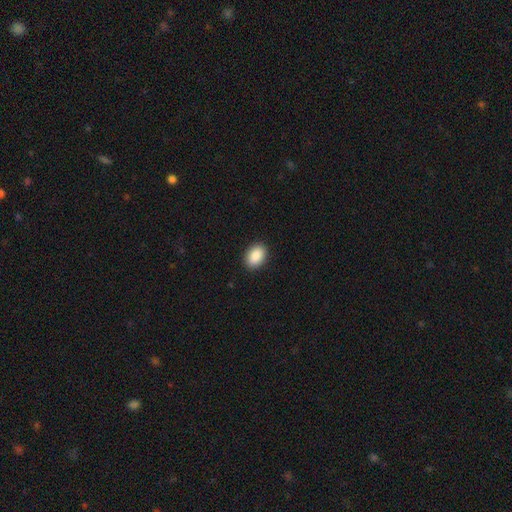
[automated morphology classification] Q: Smooth or featured?
A: smooth (90%); runner-up: star or artifact (7%)
Q: How rounded?
A: in between (84%); runner-up: round (15%)
Q: Merging?
A: none (90%); runner-up: minor disturbance (7%)